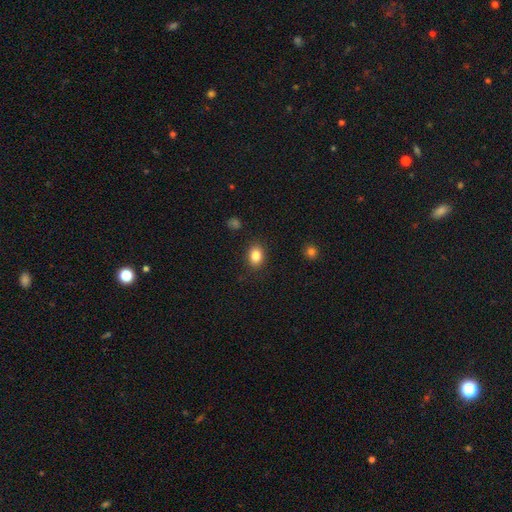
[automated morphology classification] Smooth or featured? smooth (85%)
How rounded? in between (67%)
Merging? none (87%)